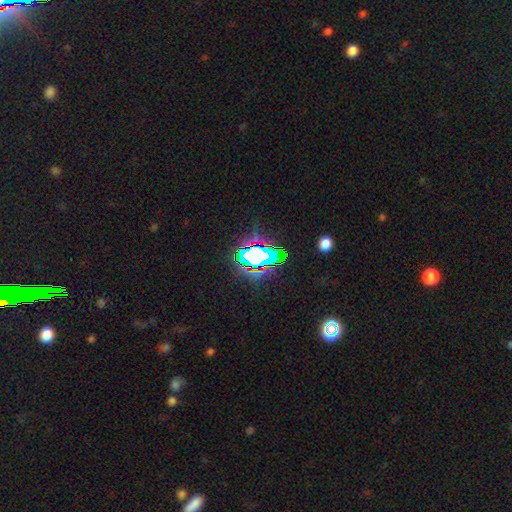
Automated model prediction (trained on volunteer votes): Smooth or featured: star or artifact — 60% (smooth — 22%)